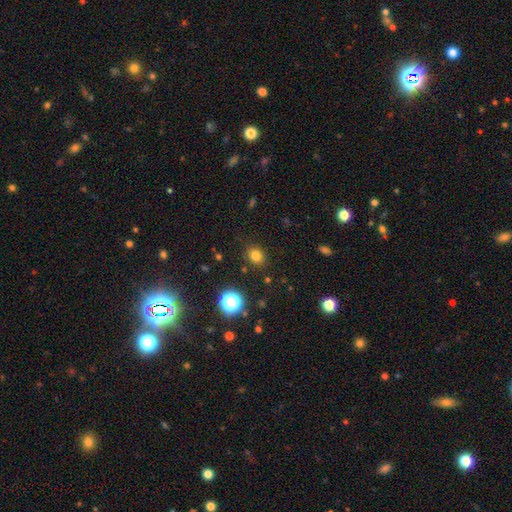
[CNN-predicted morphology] This is likely a smooth galaxy (78%). How rounded: likely round (65%). Merging: clearly none (85%).